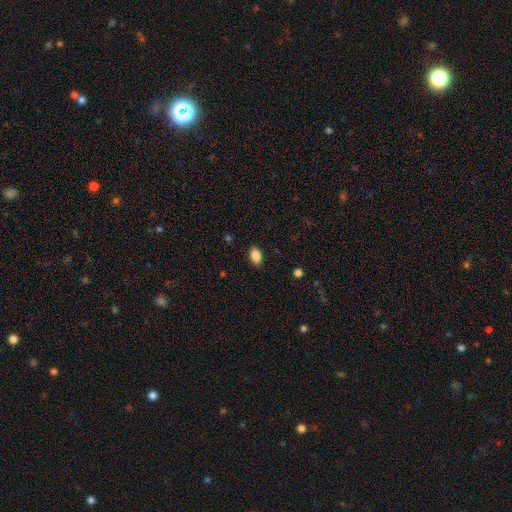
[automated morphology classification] Smooth or featured?
  - smooth: 88% *
  - star or artifact: 8%
  - featured or disk: 4%
How rounded?
  - in between: 89% *
  - round: 9%
  - cigar-shaped: 1%
Merging?
  - none: 87% *
  - minor disturbance: 10%
  - major disturbance: 2%
  - merger: 1%